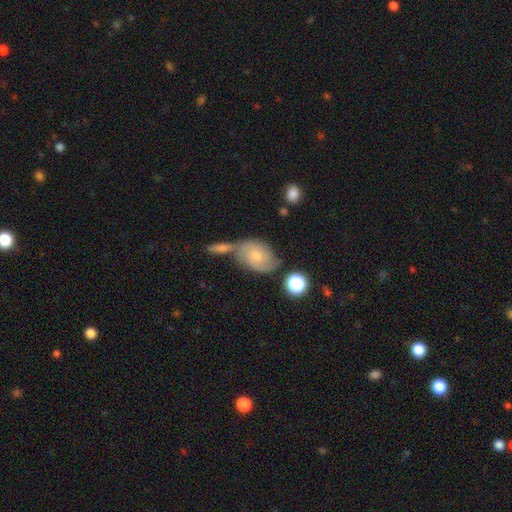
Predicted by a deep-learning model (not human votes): A featured or disk galaxy (48%). Merging: none (43%).